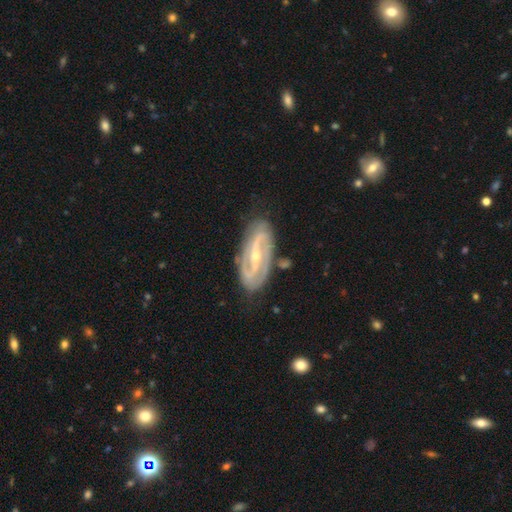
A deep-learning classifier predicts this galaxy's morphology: featured or disk 88%, smooth 7%, star or artifact 5%. Down the decision tree: edge-on disk — no (93%); bar — strong (46%); spiral arms — yes (96%); spiral arm count — 2 (79%); spiral winding — medium (43%); bulge size — small (64%); merging — none (79%).